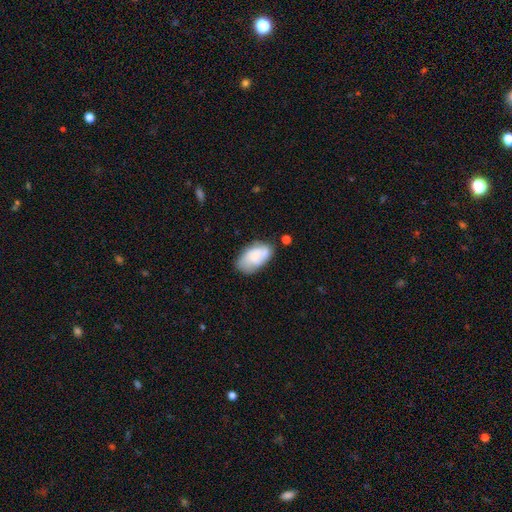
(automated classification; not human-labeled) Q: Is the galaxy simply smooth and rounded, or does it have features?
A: smooth — 59%.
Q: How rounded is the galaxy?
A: in between — 93%.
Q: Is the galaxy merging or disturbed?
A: none — 61%.